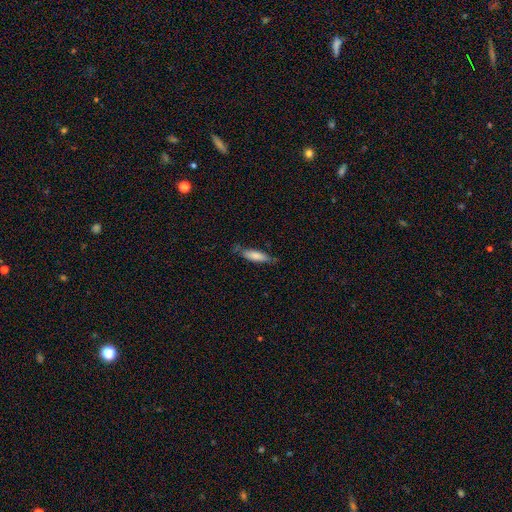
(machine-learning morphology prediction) Smooth or featured?
  - smooth: 76% *
  - featured or disk: 18%
  - star or artifact: 6%
How rounded?
  - cigar-shaped: 62% *
  - in between: 37%
  - round: 1%
Merging?
  - none: 68% *
  - minor disturbance: 24%
  - major disturbance: 5%
  - merger: 2%